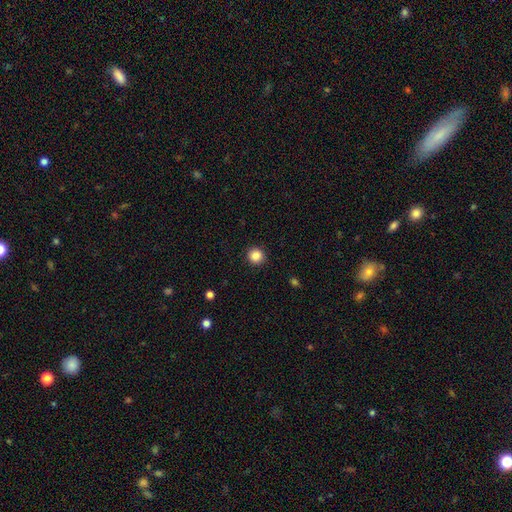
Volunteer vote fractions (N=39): Q: Smooth or featured?
A: smooth (95%); runner-up: featured or disk (5%)
Q: How rounded?
A: round (97%); runner-up: in between (3%)
Q: Merging?
A: none (92%); runner-up: minor disturbance (5%)